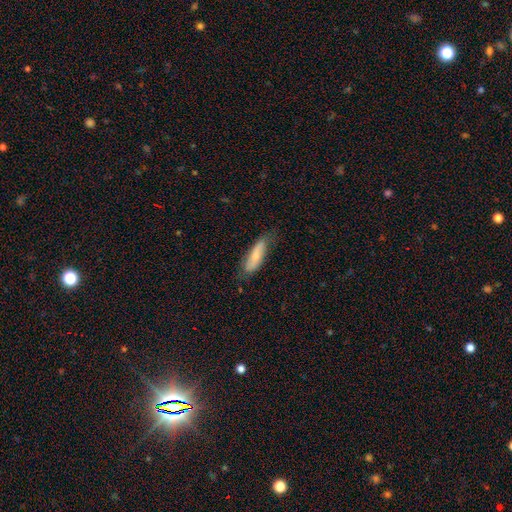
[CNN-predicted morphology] A smooth galaxy with no disk features (68%) that is cigar-shaped (52%). Merging: none (66%).